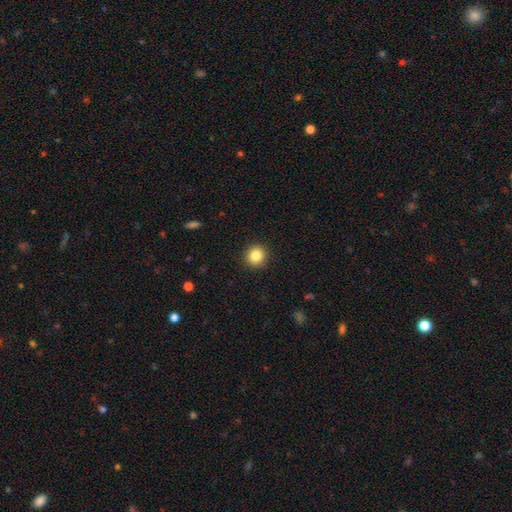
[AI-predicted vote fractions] smooth_or_featured: smooth (p=0.85) [alt: star or artifact p=0.10]
how_rounded: round (p=0.91) [alt: in between p=0.08]
merging: none (p=0.92) [alt: minor disturbance p=0.06]